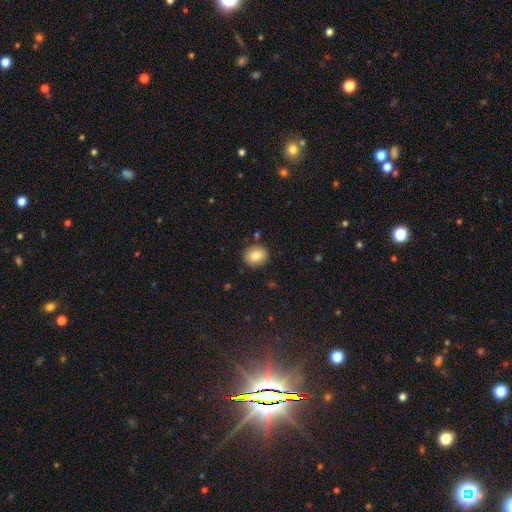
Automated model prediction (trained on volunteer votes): This is clearly a smooth galaxy (82%). How rounded: likely round (79%). Merging: clearly none (88%).